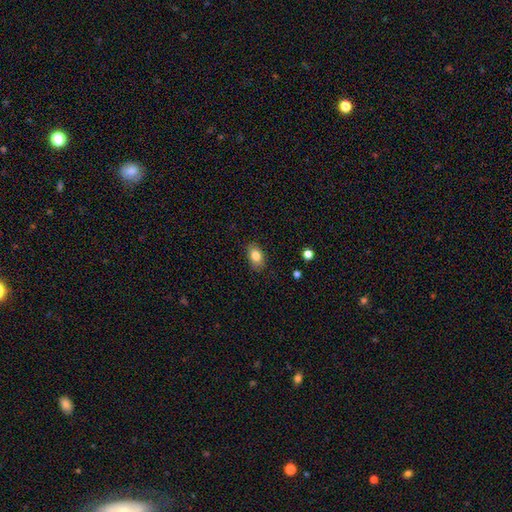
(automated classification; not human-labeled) A smooth galaxy with no disk features (83%) that is in between round and cigar-shaped (87%).

Vote fractions:
- Smooth or featured? smooth: 83% / featured or disk: 9% / star or artifact: 8%
- How rounded? in between: 87% / round: 11% / cigar-shaped: 2%
- Merging? none: 85% / minor disturbance: 12% / major disturbance: 3% / merger: 1%